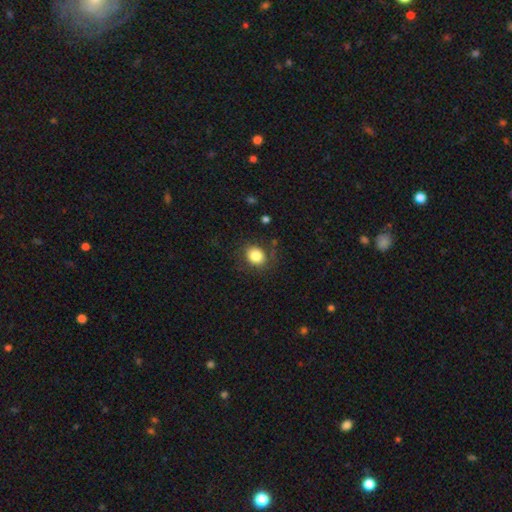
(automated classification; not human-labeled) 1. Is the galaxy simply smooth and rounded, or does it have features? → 82% smooth, 10% star or artifact, 8% featured or disk.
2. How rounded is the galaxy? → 66% round, 33% in between, 1% cigar-shaped.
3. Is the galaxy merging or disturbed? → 78% none, 15% minor disturbance, 6% major disturbance, 2% merger.